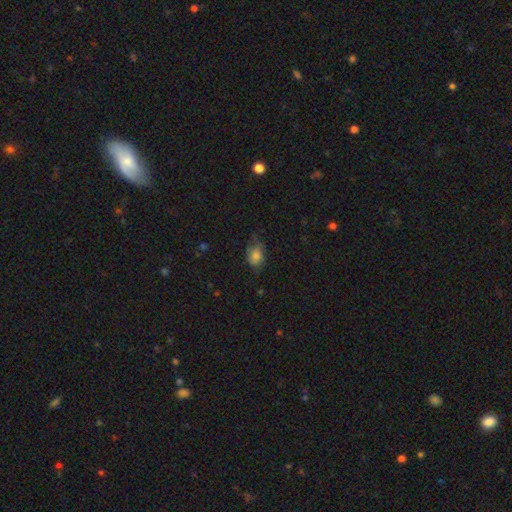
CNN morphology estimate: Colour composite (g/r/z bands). It shows a smooth galaxy with no disk features (70%) that is in between round and cigar-shaped (75%). Merging: none (53%).